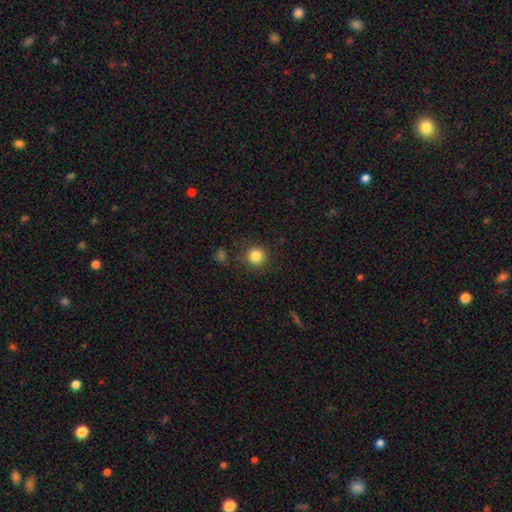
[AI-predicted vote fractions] Overall: smooth (85%). How rounded: round (93%). Merging: none (85%).